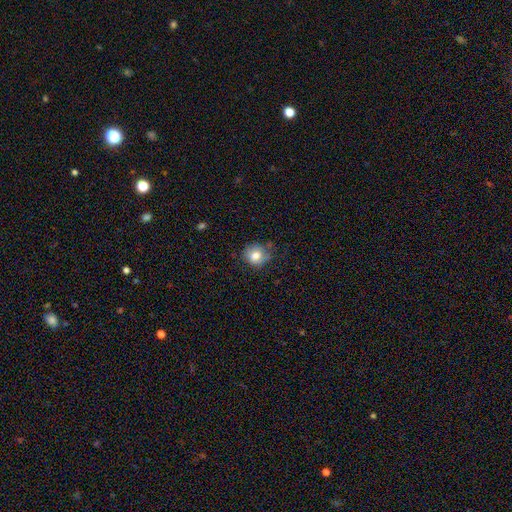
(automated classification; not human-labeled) smooth 78%, featured or disk 12%, star or artifact 10%. Down the decision tree: how rounded — round (77%); merging — none (67%).